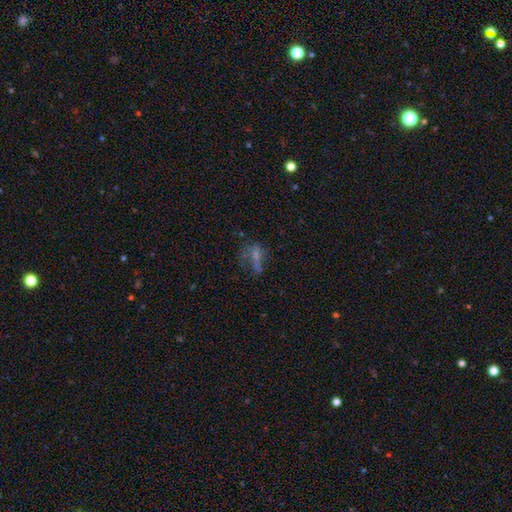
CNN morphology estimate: This is possibly a smooth galaxy (49%). Merging: marginally major disturbance (37%).